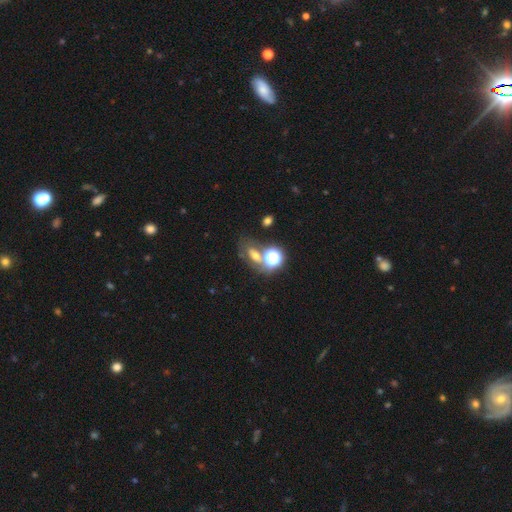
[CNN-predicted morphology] Smooth or featured? Predicted: smooth (p=0.48). Merging? Predicted: none (p=0.47).